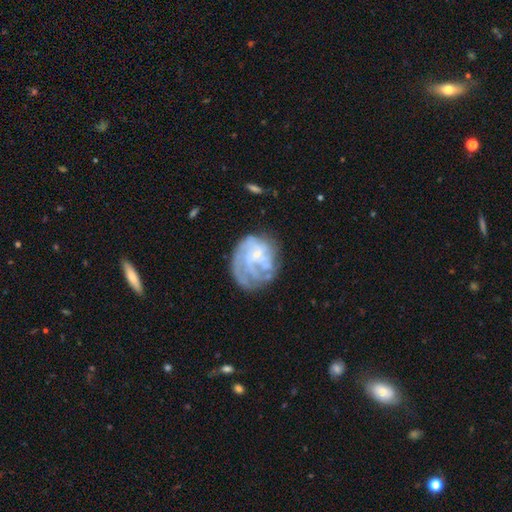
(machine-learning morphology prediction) smooth-or-featured: featured or disk: 70% | smooth: 21% | star or artifact: 8%
  disk-edge-on: no: 98% | yes: 2%
    bar: no: 67% | weak: 28% | strong: 5%
    has-spiral-arms: yes: 71% | no: 29%
    bulge-size: small: 57% | none: 27% | moderate: 14% | large: 2% | dominant: 1%
  merging: none: 50% | major disturbance: 24% | minor disturbance: 22% | merger: 4%